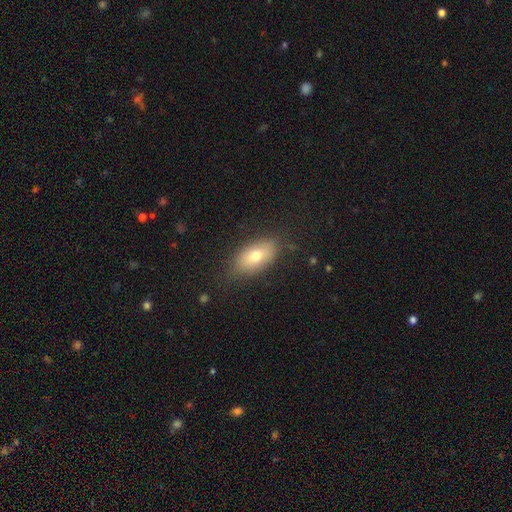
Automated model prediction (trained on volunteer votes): Smooth or featured: smooth — 70% (featured or disk — 20%)
How rounded: in between — 88% (round — 7%)
Merging: none — 79% (minor disturbance — 15%)